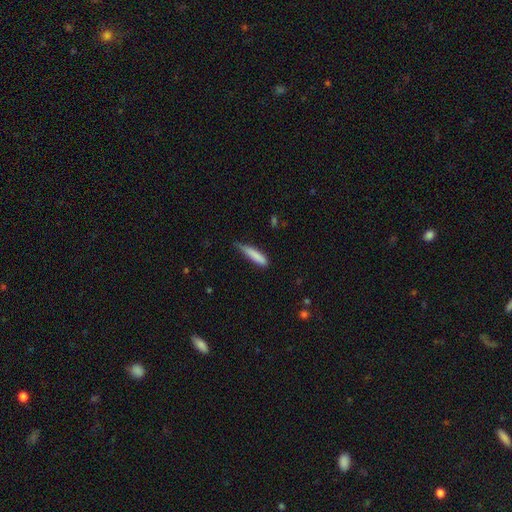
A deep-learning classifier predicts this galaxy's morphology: type=smooth (83%); roundness=cigar-shaped (84%); merging=none (48%).